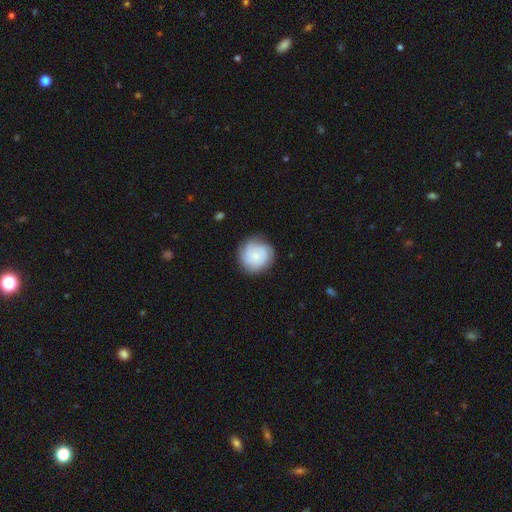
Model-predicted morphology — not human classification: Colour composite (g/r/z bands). It shows a smooth galaxy with no disk features (51%) that is round (88%). Merging: none (76%).